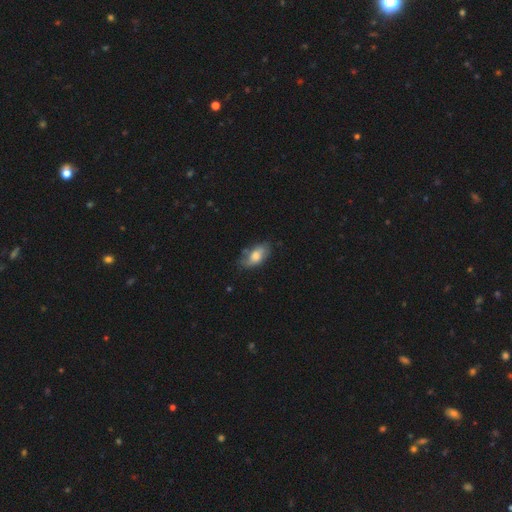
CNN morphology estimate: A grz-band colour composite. It shows a smooth galaxy with no disk features (60%) that is in between round and cigar-shaped (91%). Merging: none (59%).